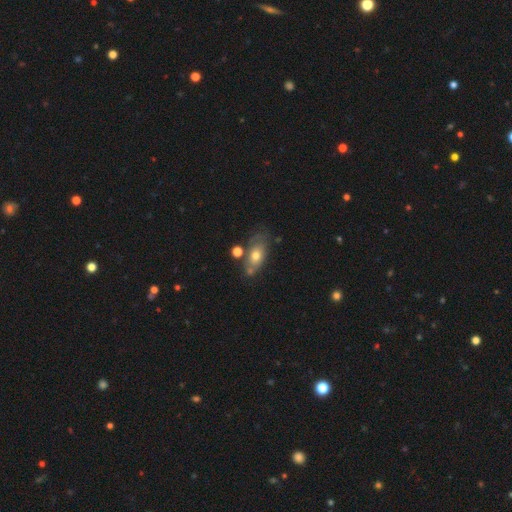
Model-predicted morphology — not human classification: Smooth or featured? smooth (57%)
How rounded? in between (81%)
Merging? none (51%)